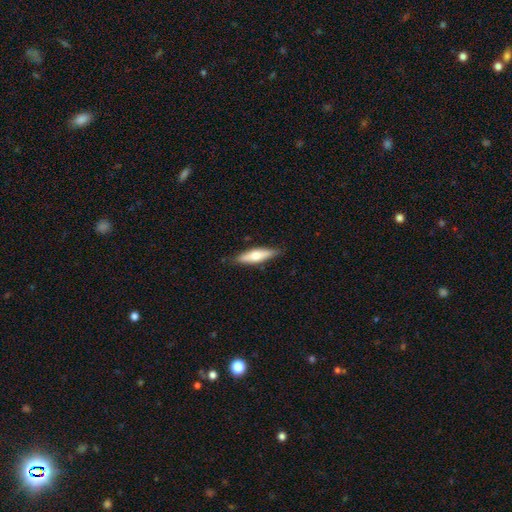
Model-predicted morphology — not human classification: Smooth or featured?
  - smooth: 56% *
  - featured or disk: 38%
  - star or artifact: 6%
How rounded?
  - cigar-shaped: 66% *
  - in between: 32%
  - round: 2%
Merging?
  - none: 85% *
  - minor disturbance: 12%
  - major disturbance: 2%
  - merger: 1%